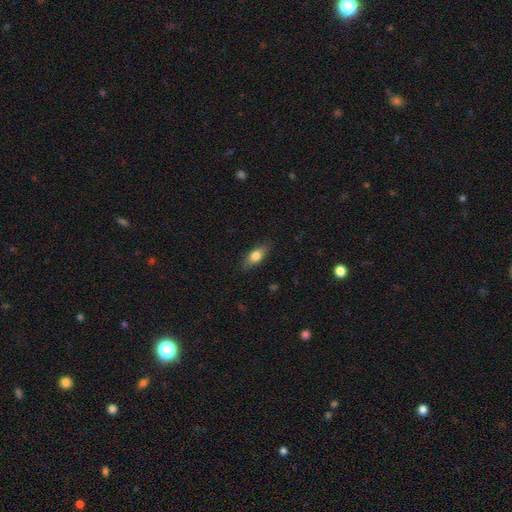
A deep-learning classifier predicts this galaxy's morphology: This appears to be a smooth galaxy with no disk features (75%) that is in between round and cigar-shaped (77%). Merging: none (85%).